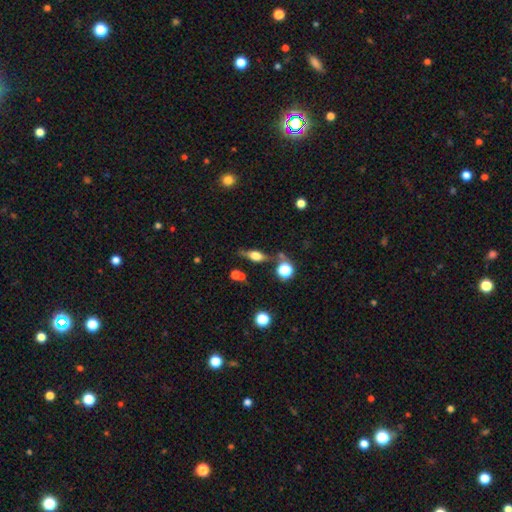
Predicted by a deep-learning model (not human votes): Smooth or featured?
  - smooth: 46% *
  - featured or disk: 43%
  - star or artifact: 11%
Merging?
  - none: 66% *
  - minor disturbance: 18%
  - merger: 9%
  - major disturbance: 7%